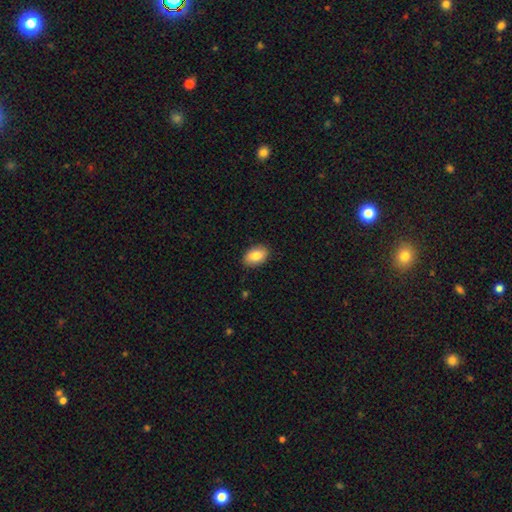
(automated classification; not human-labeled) The model was most divided on "smooth or featured": smooth: 84%, featured or disk: 9%, star or artifact: 7%. More confident: how rounded — in between (89%); merging — none (88%).